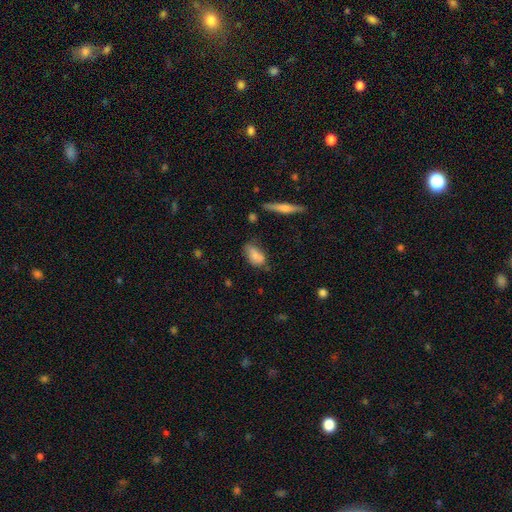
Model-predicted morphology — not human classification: Smooth or featured? Predicted: smooth (p=0.74). How rounded? Predicted: in between (p=0.89). Merging? Predicted: none (p=0.55).